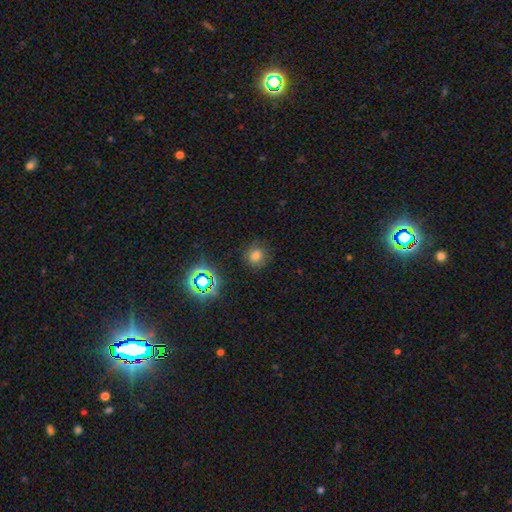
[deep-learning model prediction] Smooth or featured: smooth — 70% (star or artifact — 23%)
How rounded: round — 80% (in between — 19%)
Merging: none — 81% (minor disturbance — 13%)